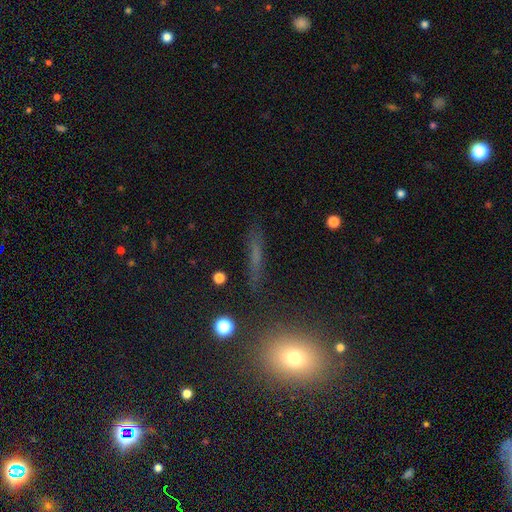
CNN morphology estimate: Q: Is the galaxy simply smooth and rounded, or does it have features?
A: smooth — 45%.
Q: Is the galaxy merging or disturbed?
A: none — 80%.